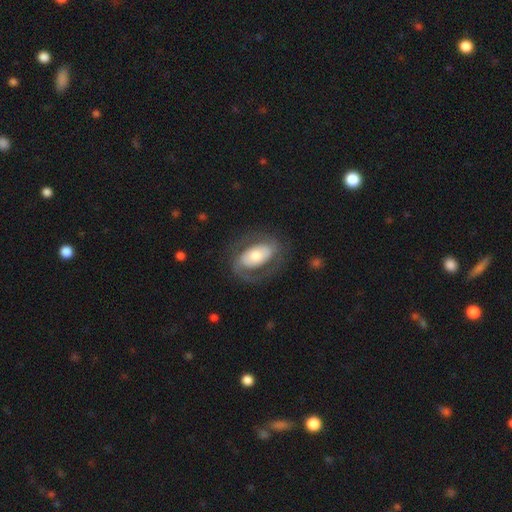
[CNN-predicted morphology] Smooth or featured: featured or disk — 63% (smooth — 32%)
Edge-on disk: no — 94% (yes — 6%)
Bar: no — 54% (weak — 24%)
Spiral arms: yes — 62% (no — 38%)
Bulge size: moderate — 56% (small — 20%)
Merging: none — 69% (minor disturbance — 15%)